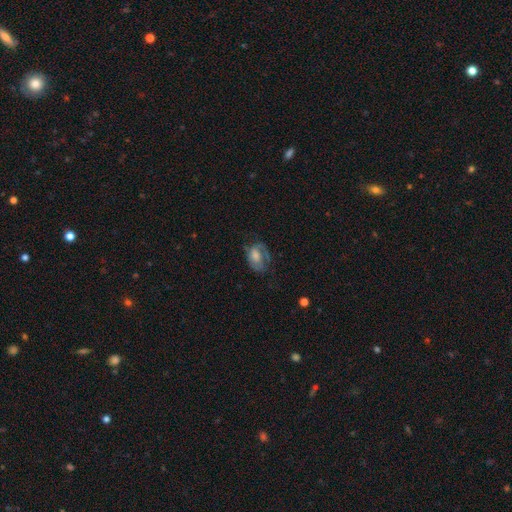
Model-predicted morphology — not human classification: Smooth or featured? featured or disk (49%)
Merging? none (42%)